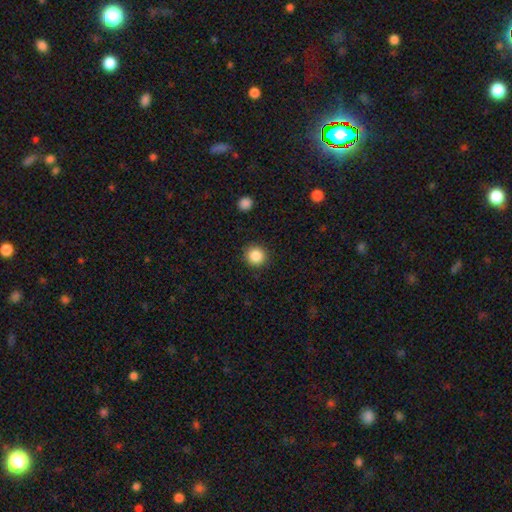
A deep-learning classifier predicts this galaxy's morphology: Q: Smooth or featured?
A: smooth (86%); runner-up: star or artifact (10%)
Q: How rounded?
A: round (93%); runner-up: in between (7%)
Q: Merging?
A: none (91%); runner-up: minor disturbance (6%)